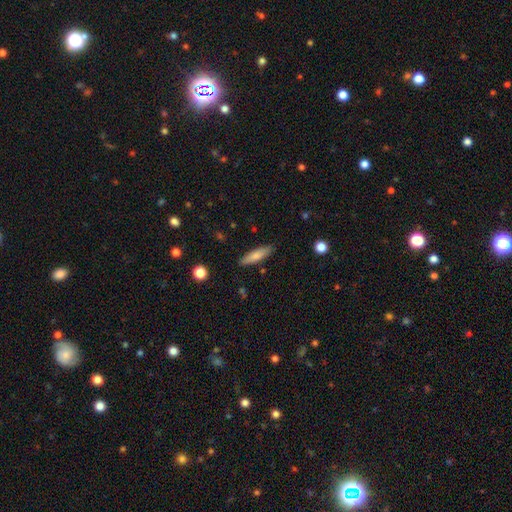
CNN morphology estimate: The model was most divided on "how rounded": cigar-shaped: 72%, in between: 26%, round: 2%. More confident: merging — none (87%); smooth or featured — smooth (74%).